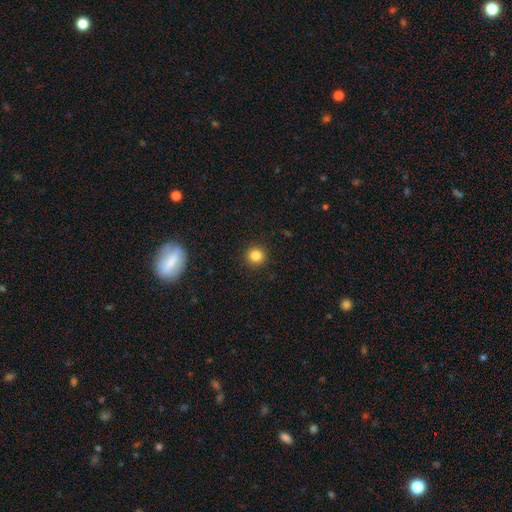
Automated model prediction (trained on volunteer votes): smooth_or_featured: smooth (p=0.84) [alt: star or artifact p=0.12]
how_rounded: round (p=0.93) [alt: in between p=0.06]
merging: none (p=0.92) [alt: minor disturbance p=0.05]